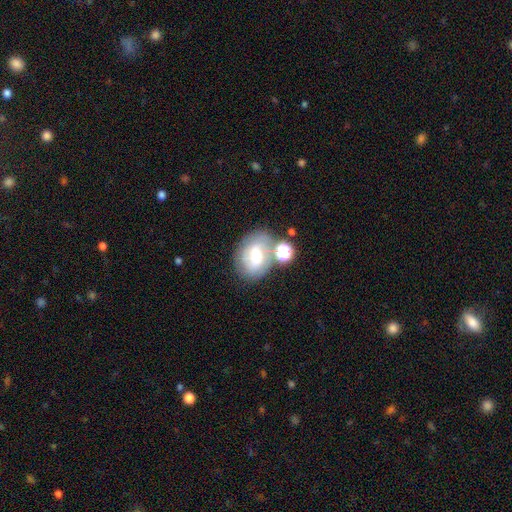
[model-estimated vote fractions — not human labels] Q: Smooth or featured?
A: featured or disk (48%); runner-up: smooth (40%)
Q: Merging?
A: none (55%); runner-up: merger (20%)